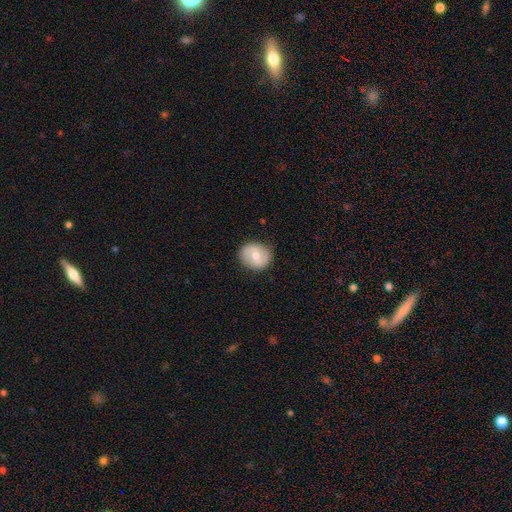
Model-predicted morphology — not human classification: featured or disk 48%, smooth 45%, star or artifact 6%. Down the decision tree: merging — none (85%).